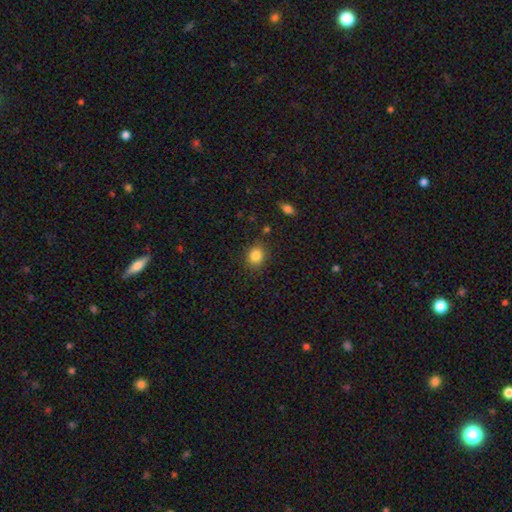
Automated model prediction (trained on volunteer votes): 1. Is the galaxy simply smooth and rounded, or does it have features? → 84% smooth, 10% star or artifact, 5% featured or disk.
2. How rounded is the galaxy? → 68% round, 31% in between, 1% cigar-shaped.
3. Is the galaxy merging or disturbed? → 85% none, 10% minor disturbance, 3% major disturbance, 2% merger.